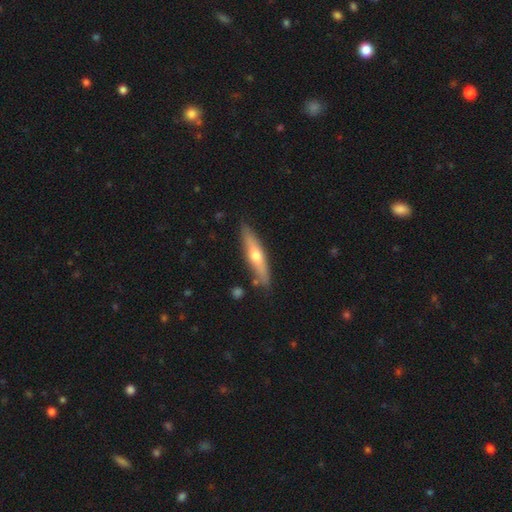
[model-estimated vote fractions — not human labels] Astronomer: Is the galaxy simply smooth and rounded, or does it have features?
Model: featured or disk — 48% (runner-up: smooth, 47%).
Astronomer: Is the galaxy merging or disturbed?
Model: none — 84%.